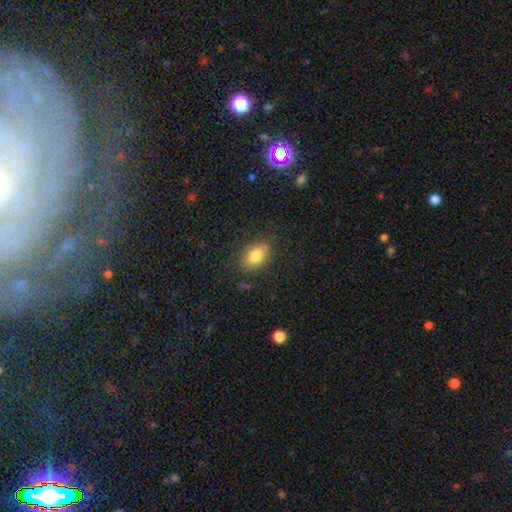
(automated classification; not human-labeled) Overall: smooth (78%). How rounded: in between (84%). Merging: none (75%).